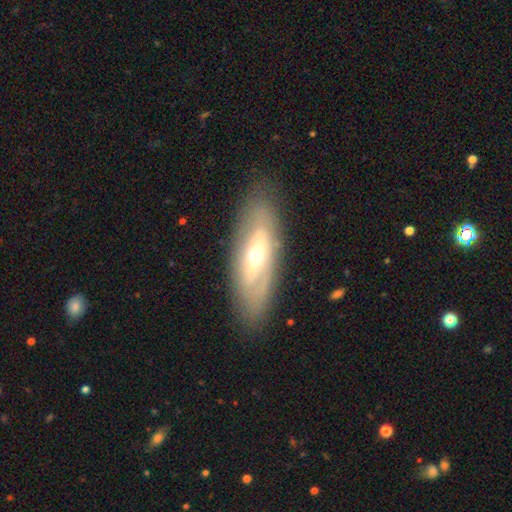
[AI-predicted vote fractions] Smooth or featured?
  - featured or disk: 58% *
  - smooth: 36%
  - star or artifact: 7%
Edge-on disk?
  - no: 77% *
  - yes: 23%
Merging?
  - none: 81% *
  - minor disturbance: 13%
  - major disturbance: 5%
  - merger: 1%